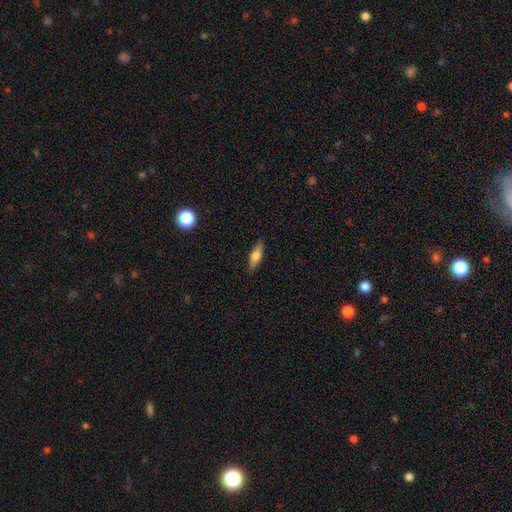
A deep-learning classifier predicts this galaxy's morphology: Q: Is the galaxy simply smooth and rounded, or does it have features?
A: smooth — 63%.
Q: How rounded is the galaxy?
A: in between — 50%.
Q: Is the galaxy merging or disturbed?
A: none — 87%.